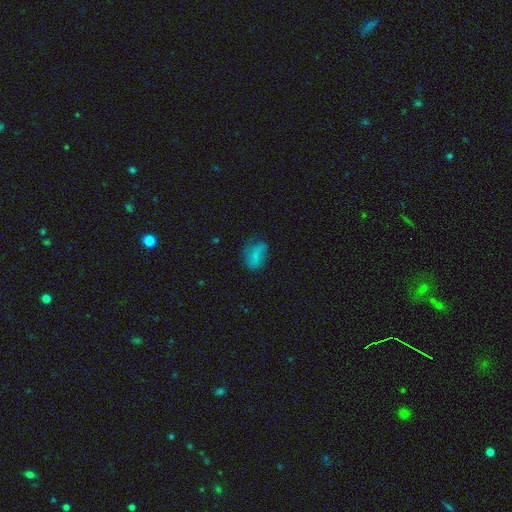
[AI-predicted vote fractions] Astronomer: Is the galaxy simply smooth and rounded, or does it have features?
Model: smooth — 68%.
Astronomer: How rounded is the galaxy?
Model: in between — 80%.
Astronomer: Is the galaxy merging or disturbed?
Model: none — 49% (runner-up: minor disturbance, 30%).